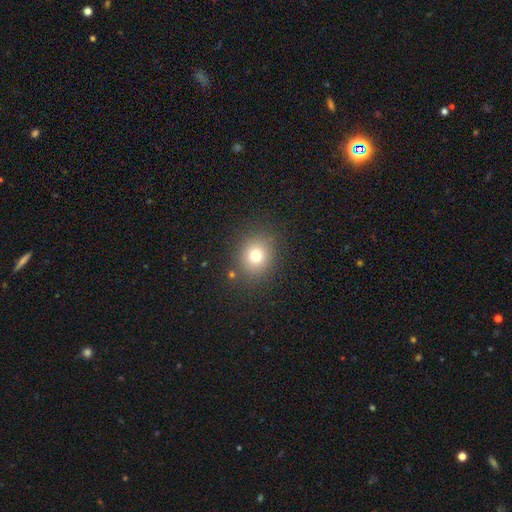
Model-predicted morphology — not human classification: Q: Smooth or featured?
A: smooth (75%); runner-up: star or artifact (15%)
Q: How rounded?
A: round (78%); runner-up: in between (21%)
Q: Merging?
A: none (85%); runner-up: minor disturbance (9%)